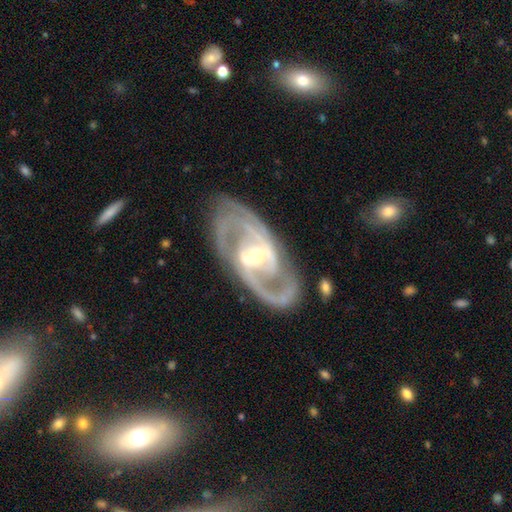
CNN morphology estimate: Overall: featured or disk (91%). Edge-on disk: no (95%). Bar: strong (47%; weak 36%). Spiral arms: yes (95%). Spiral arm count: 2 (82%). Spiral winding: medium (49%; tight 38%). Bulge size: moderate (55%; small 39%). Merging: none (79%).